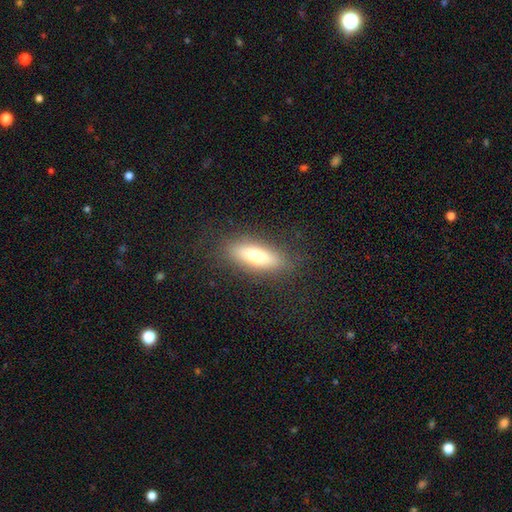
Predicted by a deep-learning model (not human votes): Smooth or featured: smooth — 69% (featured or disk — 23%)
How rounded: in between — 56% (cigar-shaped — 41%)
Merging: none — 85% (minor disturbance — 10%)